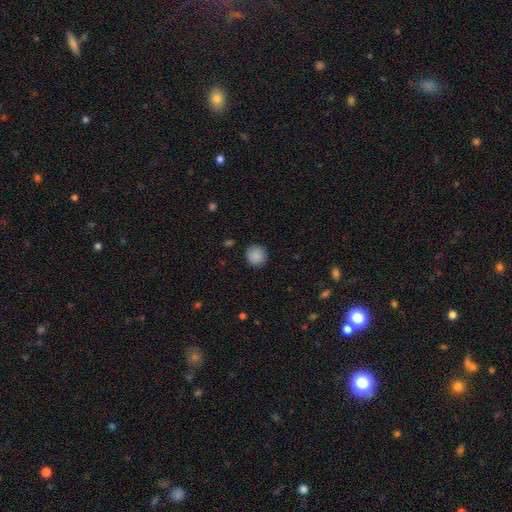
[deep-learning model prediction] Morphology: type=smooth (88%); roundness=round (93%); merging=none (90%).